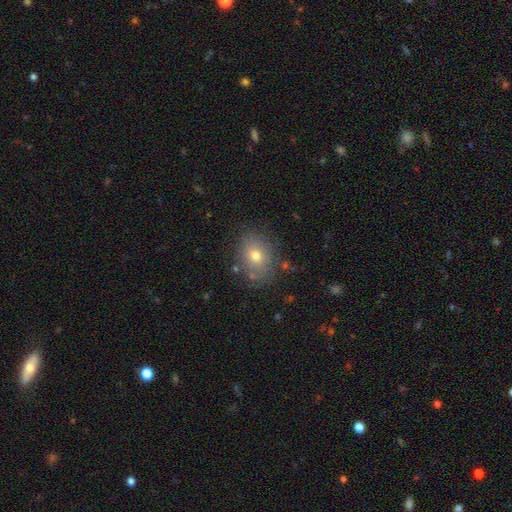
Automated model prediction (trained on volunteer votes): This appears to be a smooth galaxy with no disk features (72%) that is in between round and cigar-shaped (59%). Merging: none (78%).